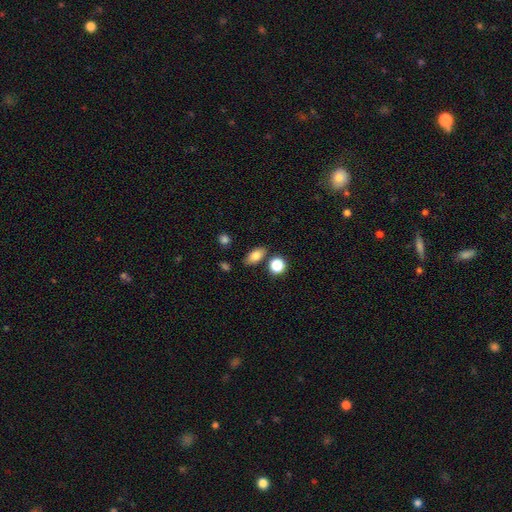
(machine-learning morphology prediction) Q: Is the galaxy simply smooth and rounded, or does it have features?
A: smooth — 81%.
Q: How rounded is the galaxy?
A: in between — 83%.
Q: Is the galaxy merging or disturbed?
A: none — 79%.